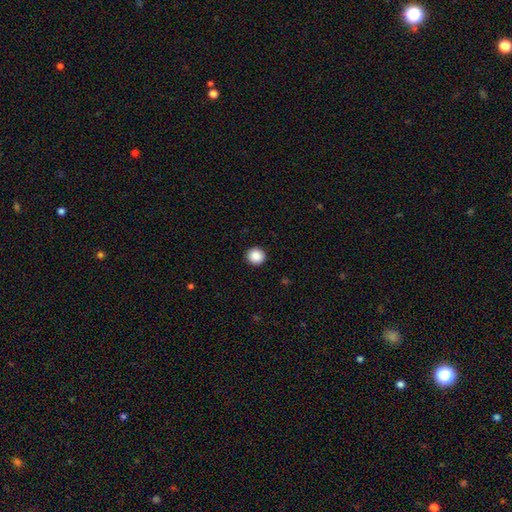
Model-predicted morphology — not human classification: The model was most divided on "smooth or featured": smooth: 88%, star or artifact: 9%, featured or disk: 3%. More confident: merging — none (93%); how rounded — round (92%).